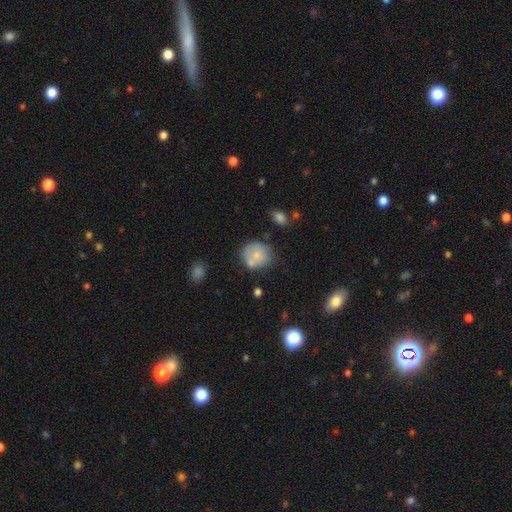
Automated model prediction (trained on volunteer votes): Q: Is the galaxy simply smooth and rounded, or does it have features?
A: smooth — 72%.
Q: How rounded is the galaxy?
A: round — 83%.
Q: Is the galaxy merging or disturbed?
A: none — 55%.